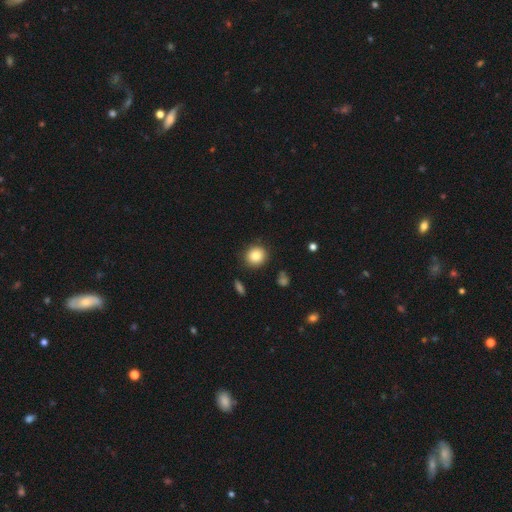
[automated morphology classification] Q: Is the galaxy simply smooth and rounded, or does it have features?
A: smooth — 84%.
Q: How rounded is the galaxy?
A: round — 86%.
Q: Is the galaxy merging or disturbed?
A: none — 87%.